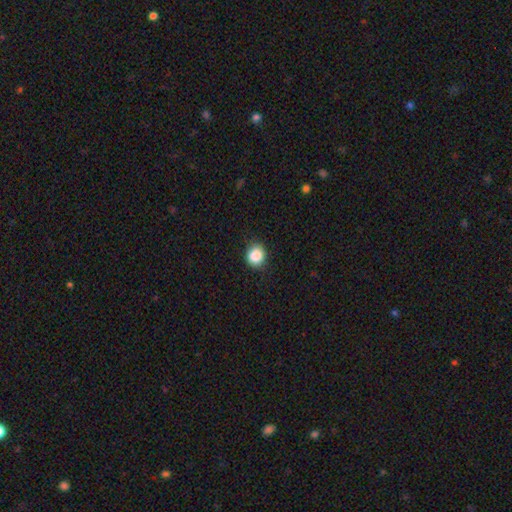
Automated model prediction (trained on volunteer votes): Overall: smooth (87%). How rounded: round (77%). Merging: none (85%).